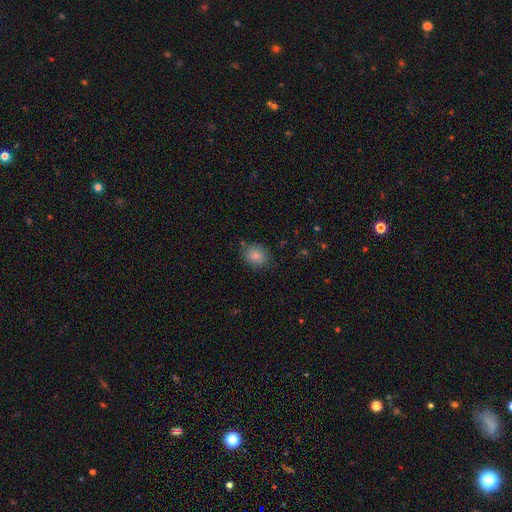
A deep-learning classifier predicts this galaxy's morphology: Smooth or featured? smooth (83%)
How rounded? round (54%)
Merging? none (79%)